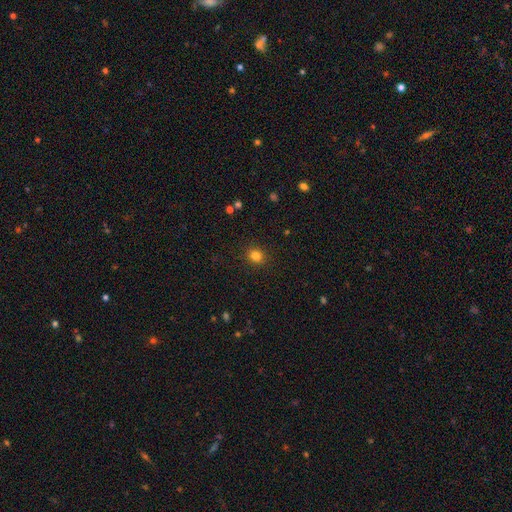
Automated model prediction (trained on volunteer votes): Smooth or featured?
  - smooth: 82% *
  - star or artifact: 13%
  - featured or disk: 5%
How rounded?
  - round: 85% *
  - in between: 14%
  - cigar-shaped: 1%
Merging?
  - none: 91% *
  - minor disturbance: 6%
  - major disturbance: 2%
  - merger: 1%